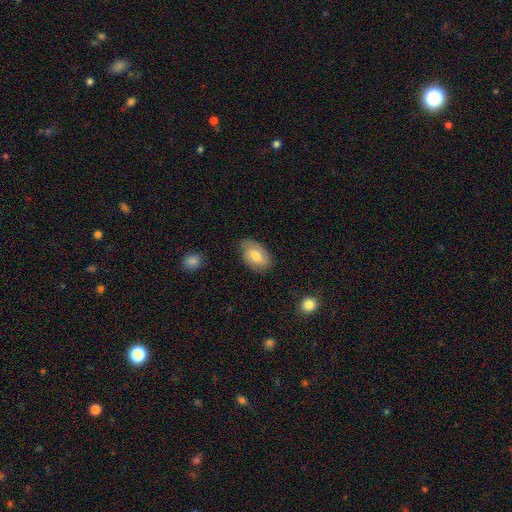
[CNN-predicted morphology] smooth-or-featured: smooth: 68% | featured or disk: 25% | star or artifact: 7%
  how-rounded: in between: 92% | round: 7% | cigar-shaped: 2%
  merging: none: 75% | minor disturbance: 20% | major disturbance: 4% | merger: 1%